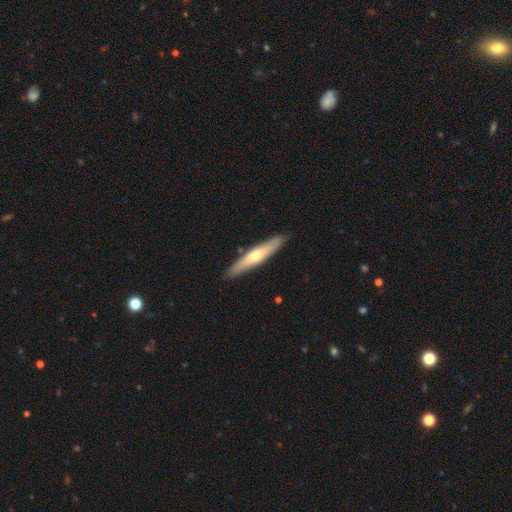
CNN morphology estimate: This is possibly a featured or disk galaxy (51%). It is clearly viewed edge-on (86%). Merging: clearly none (89%).